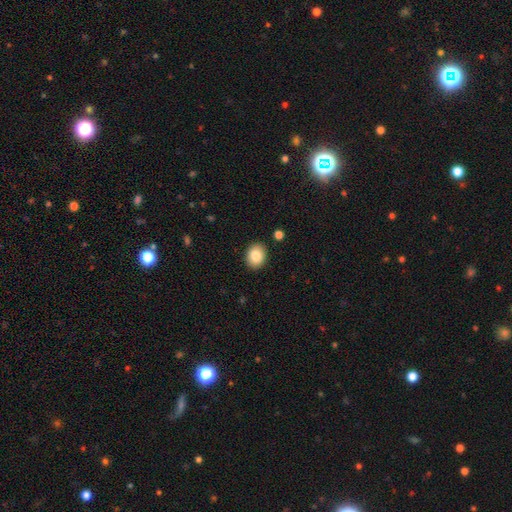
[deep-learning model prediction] Q: Smooth or featured?
A: smooth (85%); runner-up: star or artifact (8%)
Q: How rounded?
A: in between (51%); runner-up: round (48%)
Q: Merging?
A: none (89%); runner-up: minor disturbance (7%)